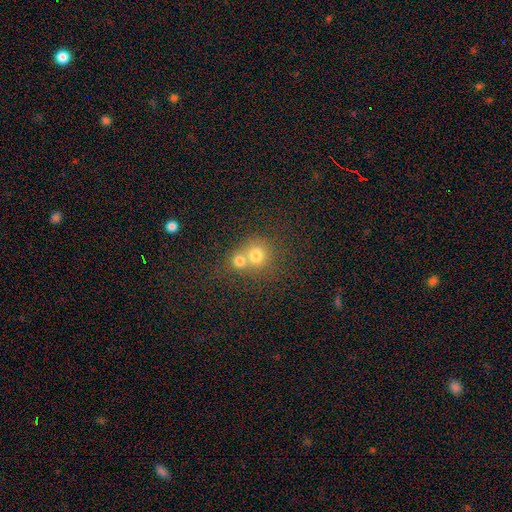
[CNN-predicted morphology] smooth-or-featured: smooth: 73% | star or artifact: 14% | featured or disk: 13%
  how-rounded: round: 86% | in between: 13% | cigar-shaped: 1%
  merging: merger: 57% | none: 36% | minor disturbance: 5% | major disturbance: 2%